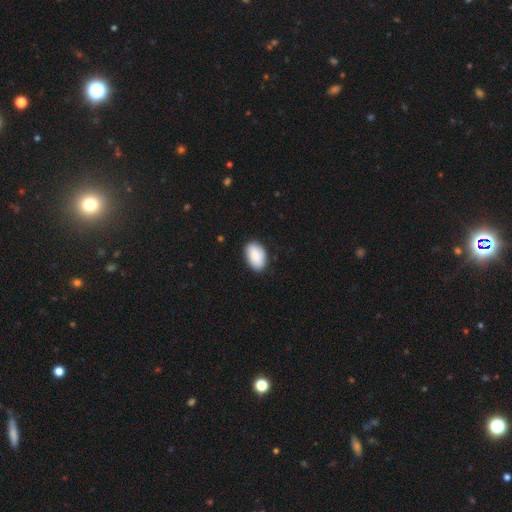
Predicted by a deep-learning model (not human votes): smooth 86%, featured or disk 8%, star or artifact 6%. Down the decision tree: how rounded — in between (92%); merging — none (83%).